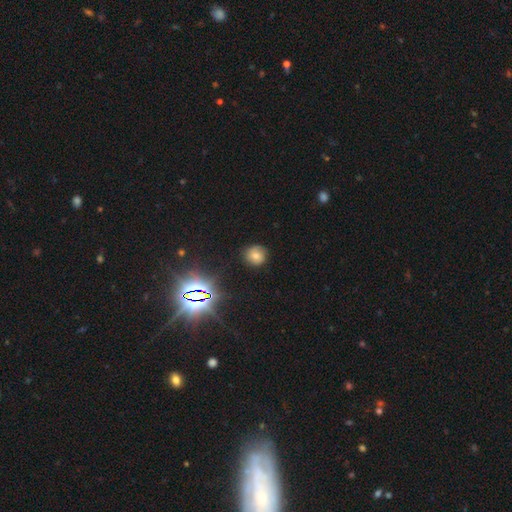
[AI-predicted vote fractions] Morphology: type=smooth (54%); roundness=round (89%); merging=none (86%).